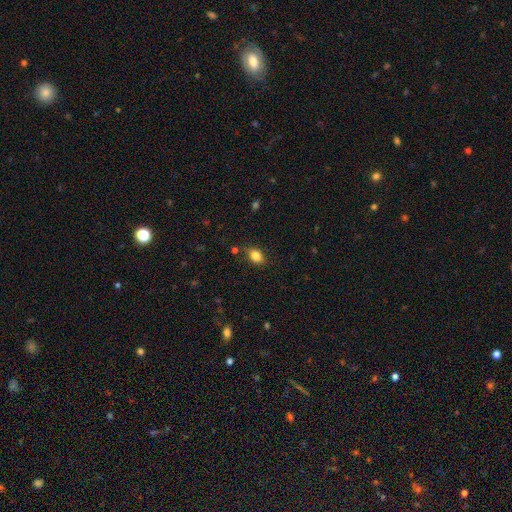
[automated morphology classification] Smooth or featured?
  - smooth: 84% *
  - star or artifact: 10%
  - featured or disk: 7%
How rounded?
  - in between: 79% *
  - round: 19%
  - cigar-shaped: 2%
Merging?
  - none: 80% *
  - minor disturbance: 13%
  - major disturbance: 3%
  - merger: 3%